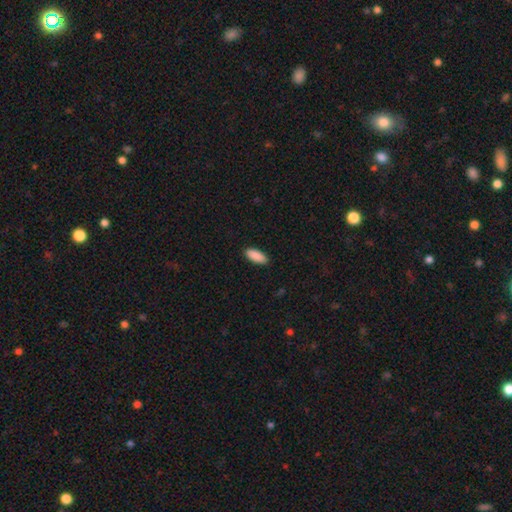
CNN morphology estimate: Overall: smooth (91%). How rounded: in between (81%). Merging: none (90%).